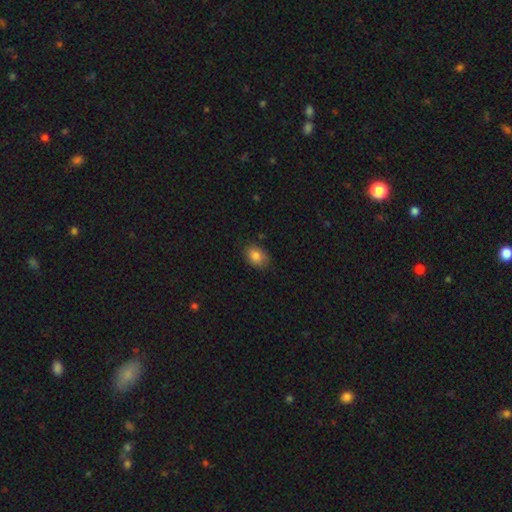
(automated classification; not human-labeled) Morphology: type=smooth (84%); roundness=in between (73%); merging=none (78%).